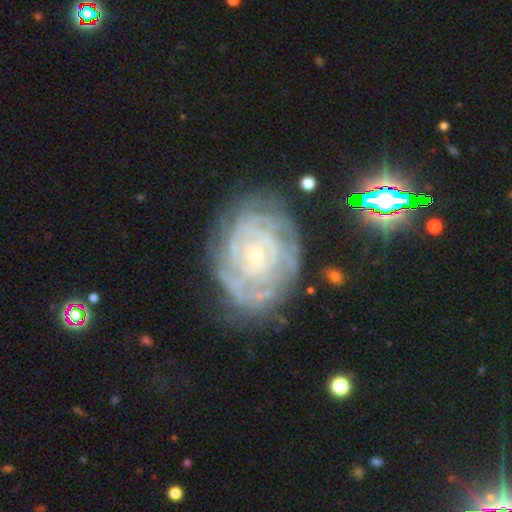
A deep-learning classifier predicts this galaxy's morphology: Smooth or featured: featured or disk — 83% (smooth — 10%)
Edge-on disk: no — 97% (yes — 3%)
Bar: no — 73% (weak — 22%)
Spiral arms: yes — 93% (no — 7%)
Spiral winding: tight — 80% (medium — 16%)
Spiral arm count: can't tell — 44% (4 — 15%)
Bulge size: small — 79% (moderate — 15%)
Merging: none — 70% (minor disturbance — 19%)